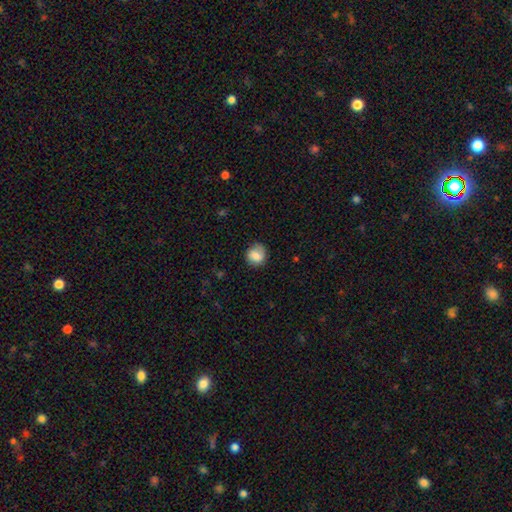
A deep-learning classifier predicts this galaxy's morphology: smooth-or-featured: smooth: 82% | featured or disk: 10% | star or artifact: 8%
  how-rounded: round: 82% | in between: 17% | cigar-shaped: 1%
  merging: none: 74% | minor disturbance: 19% | major disturbance: 5% | merger: 1%